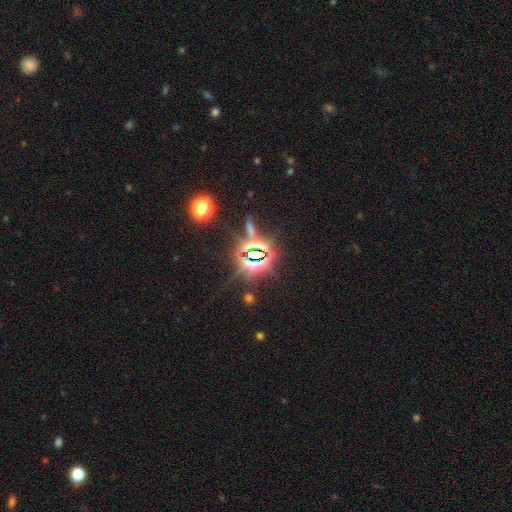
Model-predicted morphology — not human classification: Q: Smooth or featured?
A: star or artifact (84%); runner-up: smooth (9%)